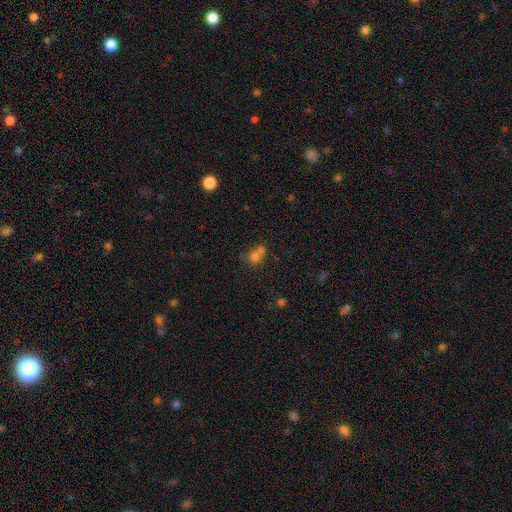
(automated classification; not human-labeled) smooth_or_featured: smooth (p=0.69) [alt: star or artifact p=0.17]
how_rounded: round (p=0.74) [alt: in between p=0.25]
merging: merger (p=0.52) [alt: none p=0.34]